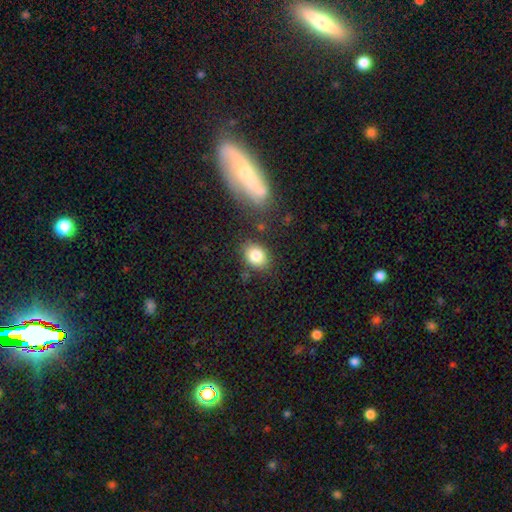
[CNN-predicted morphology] smooth-or-featured: smooth: 83% | star or artifact: 9% | featured or disk: 8%
  how-rounded: in between: 55% | round: 44% | cigar-shaped: 1%
  merging: none: 77% | minor disturbance: 13% | merger: 5% | major disturbance: 4%